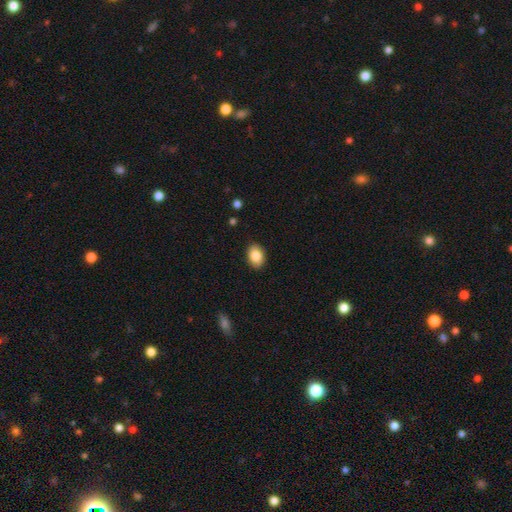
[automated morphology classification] A smooth galaxy with no disk features (85%) that is in between round and cigar-shaped (78%).

Vote fractions:
- Smooth or featured? smooth: 85% / star or artifact: 8% / featured or disk: 7%
- How rounded? in between: 78% / round: 21% / cigar-shaped: 1%
- Merging? none: 89% / minor disturbance: 8% / major disturbance: 2% / merger: 1%